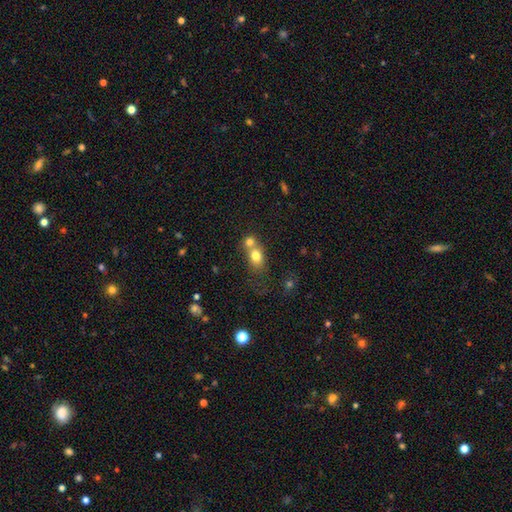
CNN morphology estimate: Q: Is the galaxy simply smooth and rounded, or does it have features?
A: smooth — 75%.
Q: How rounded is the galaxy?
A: in between — 54%.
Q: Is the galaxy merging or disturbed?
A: merger — 58%.